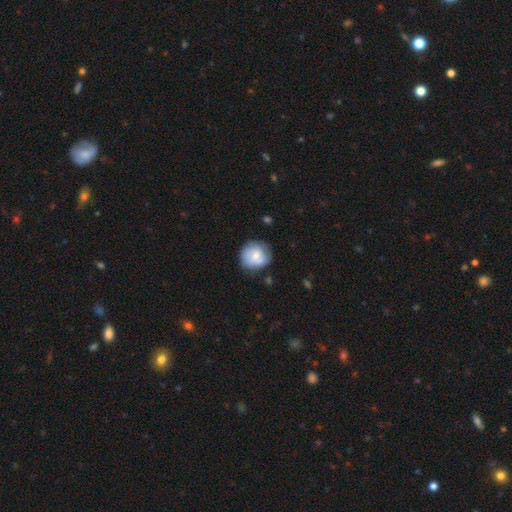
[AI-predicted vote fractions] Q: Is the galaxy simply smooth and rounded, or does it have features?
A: smooth — 65%.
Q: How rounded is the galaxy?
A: round — 88%.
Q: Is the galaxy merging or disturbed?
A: none — 66%.